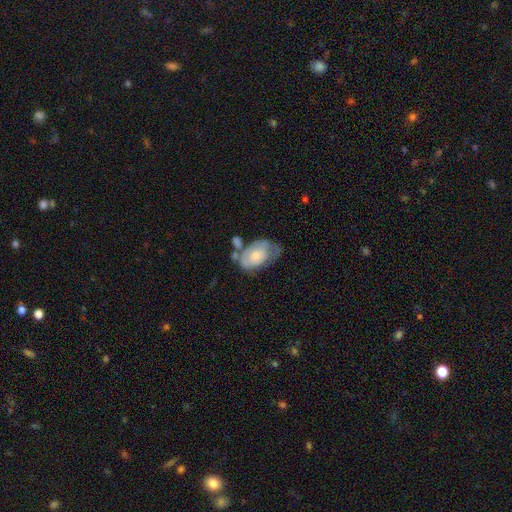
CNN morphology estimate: A smooth galaxy with no disk features (55%) that is in between round and cigar-shaped (90%).

Vote fractions:
- Smooth or featured? smooth: 55% / featured or disk: 40% / star or artifact: 6%
- How rounded? in between: 90% / round: 8% / cigar-shaped: 1%
- Merging? minor disturbance: 31% / none: 30% / major disturbance: 22% / merger: 17%